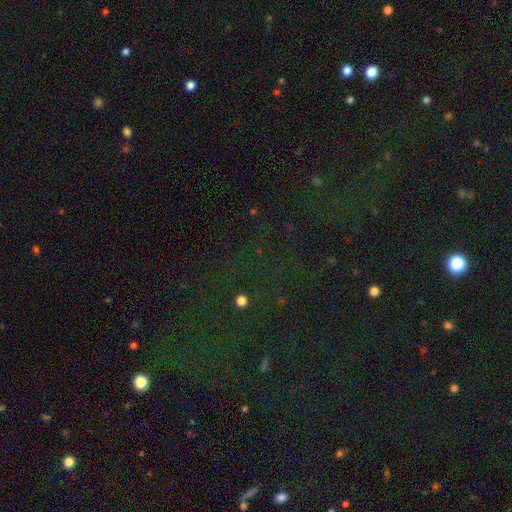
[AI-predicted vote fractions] Morphology: type=star or artifact (75%).